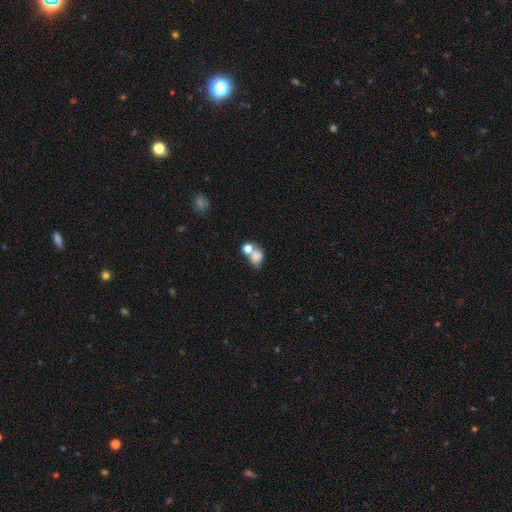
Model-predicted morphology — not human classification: type=smooth (75%); roundness=in between (59%); merging=merger (51%).